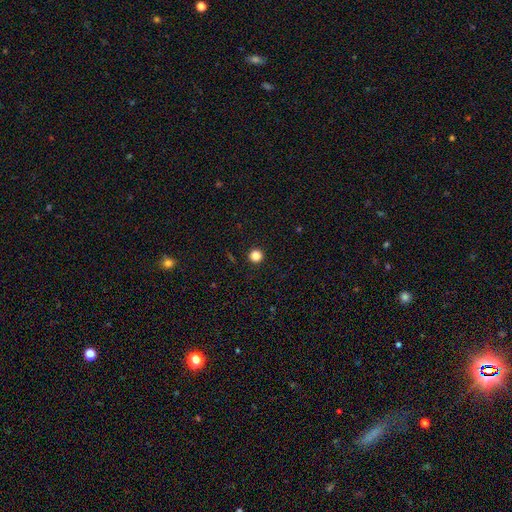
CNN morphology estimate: A smooth galaxy with no disk features (85%) that is round (96%).

Vote fractions:
- Smooth or featured? smooth: 85% / star or artifact: 12% / featured or disk: 4%
- How rounded? round: 96% / in between: 3% / cigar-shaped: 1%
- Merging? none: 94% / minor disturbance: 4% / major disturbance: 1% / merger: 1%